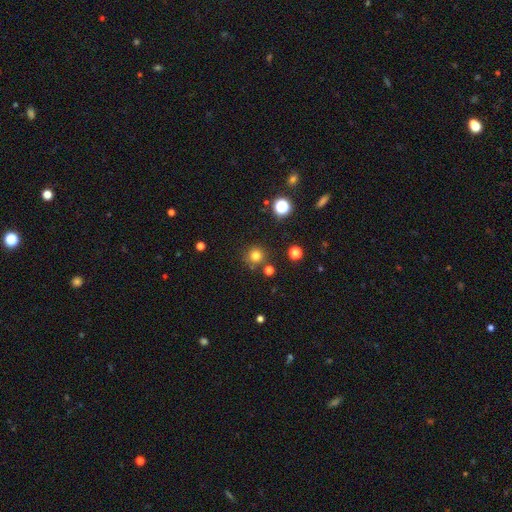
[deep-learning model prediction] A smooth galaxy with no disk features (77%) that is round (95%).

Vote fractions:
- Smooth or featured? smooth: 77% / star or artifact: 17% / featured or disk: 6%
- How rounded? round: 95% / in between: 5% / cigar-shaped: 1%
- Merging? none: 84% / minor disturbance: 8% / merger: 5% / major disturbance: 3%